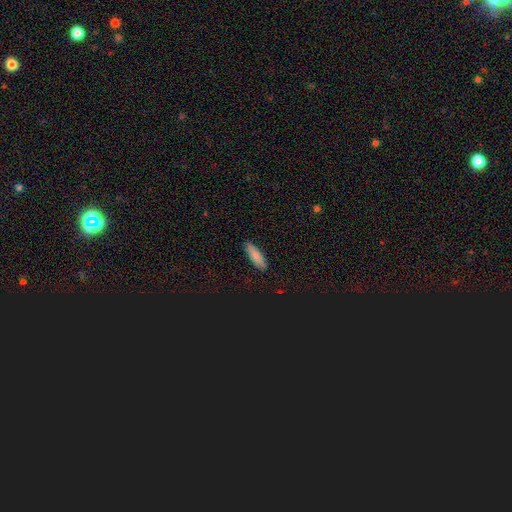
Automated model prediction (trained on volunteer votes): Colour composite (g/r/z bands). It shows a smooth galaxy with no disk features (82%) that is cigar-shaped (52%). Merging: none (88%).